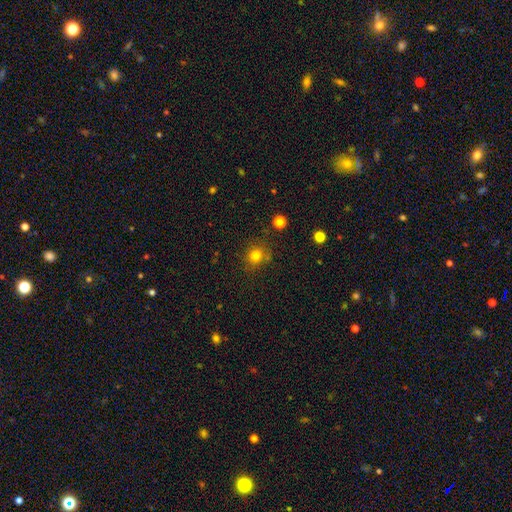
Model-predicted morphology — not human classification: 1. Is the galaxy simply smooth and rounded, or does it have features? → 79% smooth, 15% star or artifact, 7% featured or disk.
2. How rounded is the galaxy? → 84% round, 15% in between, 1% cigar-shaped.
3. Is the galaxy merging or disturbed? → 79% none, 13% minor disturbance, 4% major disturbance, 4% merger.